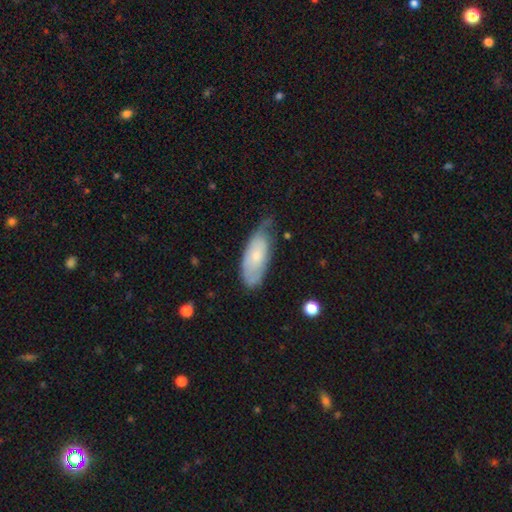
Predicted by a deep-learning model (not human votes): Smooth or featured? Predicted: smooth (p=0.55). How rounded? Predicted: in between (p=0.81). Merging? Predicted: none (p=0.47).